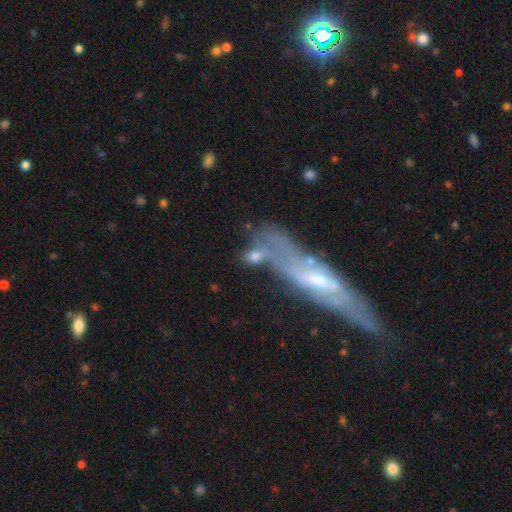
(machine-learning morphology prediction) type=smooth (57%); roundness=in between (68%); merging=none (34%).